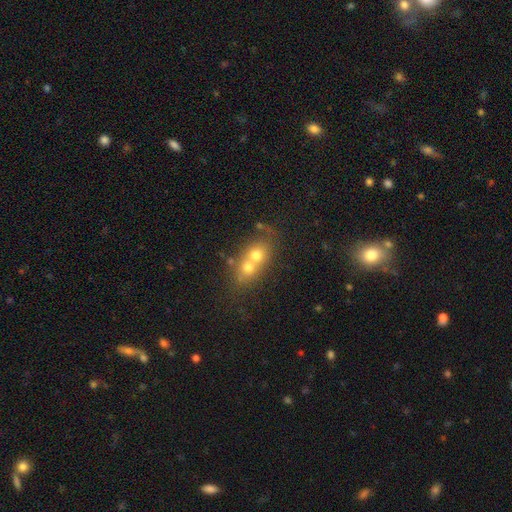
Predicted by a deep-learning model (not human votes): Smooth or featured? smooth (56%)
How rounded? round (59%)
Merging? merger (63%)